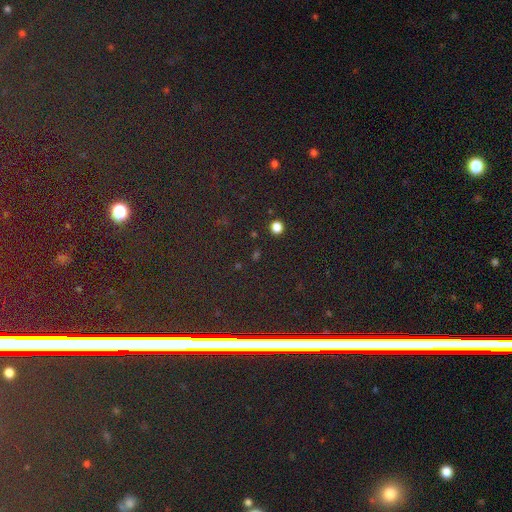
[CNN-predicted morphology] Q: Smooth or featured?
A: star or artifact (74%); runner-up: smooth (13%)